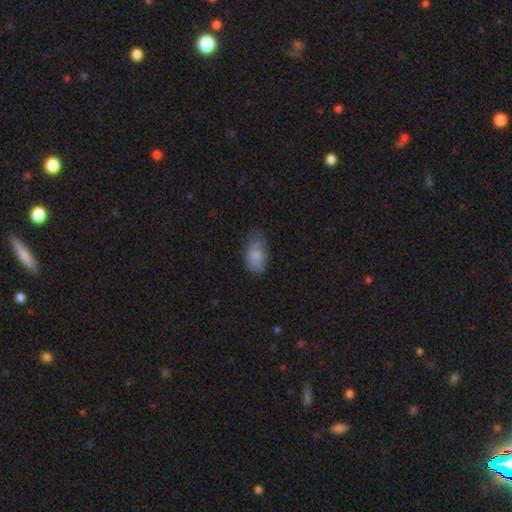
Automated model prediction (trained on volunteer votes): smooth 74%, featured or disk 18%, star or artifact 8%. Down the decision tree: how rounded — in between (91%); merging — none (47%).